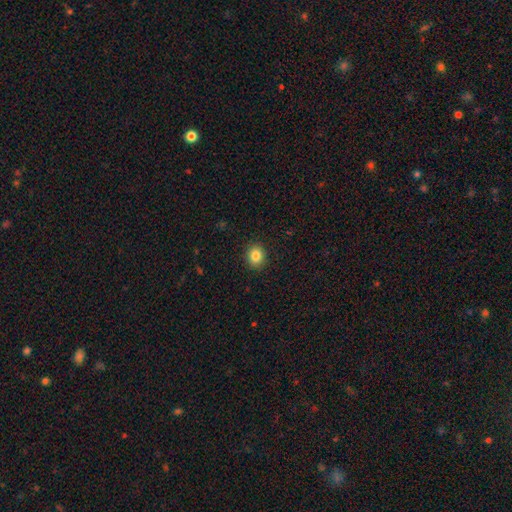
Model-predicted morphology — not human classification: This is clearly a smooth galaxy (84%). How rounded: likely round (71%). Merging: clearly none (91%).